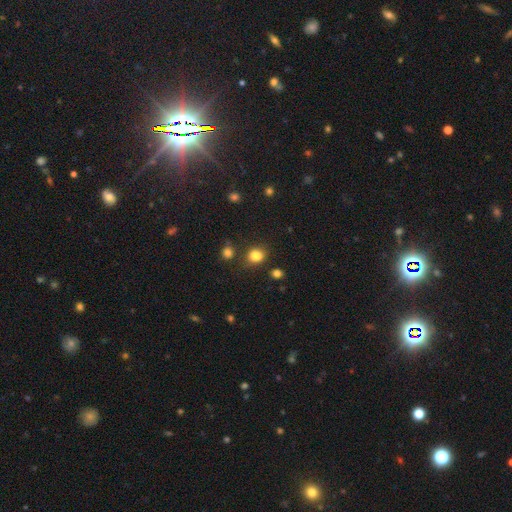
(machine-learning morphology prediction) Smooth or featured?
  - smooth: 82% *
  - star or artifact: 13%
  - featured or disk: 5%
How rounded?
  - round: 57% *
  - in between: 42%
  - cigar-shaped: 1%
Merging?
  - none: 75% *
  - minor disturbance: 14%
  - merger: 7%
  - major disturbance: 4%